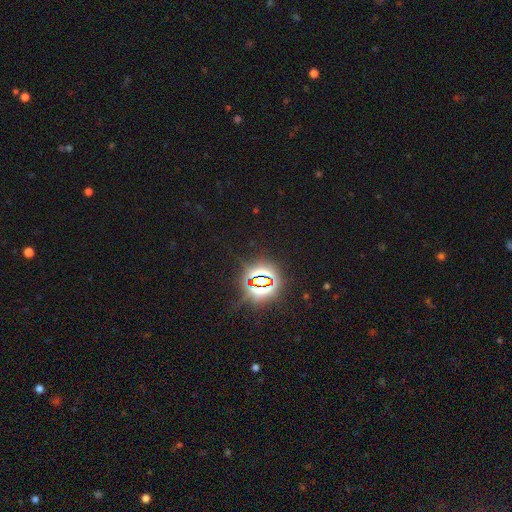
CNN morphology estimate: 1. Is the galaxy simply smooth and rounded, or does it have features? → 83% star or artifact, 11% smooth, 7% featured or disk.